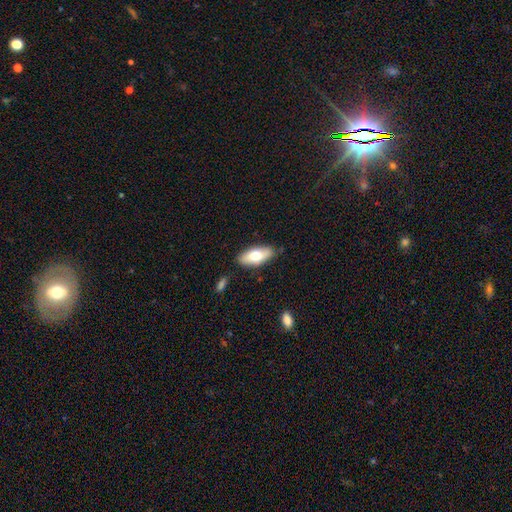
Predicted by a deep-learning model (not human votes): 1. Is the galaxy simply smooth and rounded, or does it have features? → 70% smooth, 24% featured or disk, 6% star or artifact.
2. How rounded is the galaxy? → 85% in between, 13% cigar-shaped, 2% round.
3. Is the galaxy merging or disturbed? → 83% none, 12% minor disturbance, 2% merger, 2% major disturbance.